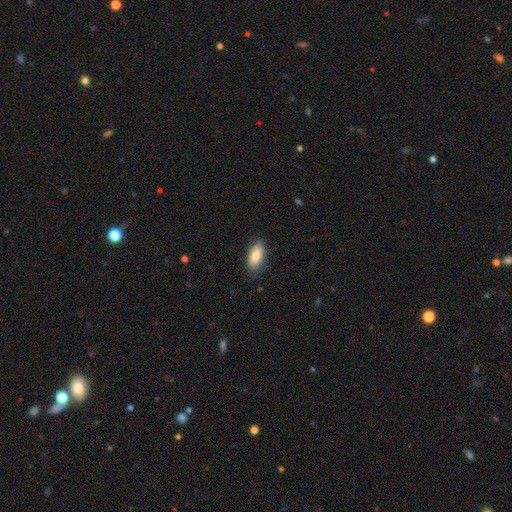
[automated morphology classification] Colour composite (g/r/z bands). It shows a smooth galaxy with no disk features (85%) that is in between round and cigar-shaped (86%). Merging: none (85%).